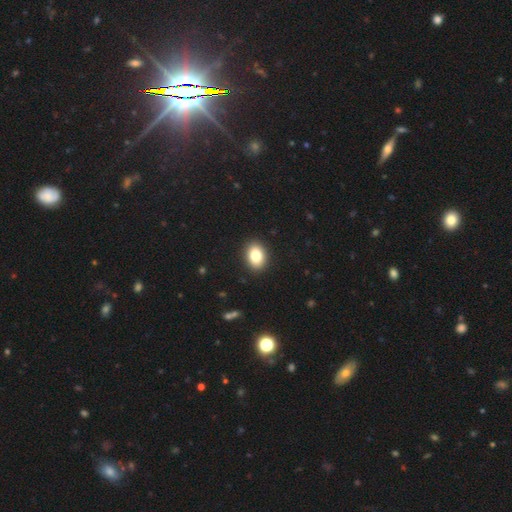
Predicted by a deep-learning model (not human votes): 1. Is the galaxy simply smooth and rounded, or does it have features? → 81% smooth, 10% featured or disk, 9% star or artifact.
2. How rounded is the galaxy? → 72% in between, 27% round, 1% cigar-shaped.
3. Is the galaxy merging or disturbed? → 91% none, 7% minor disturbance, 2% major disturbance, 1% merger.